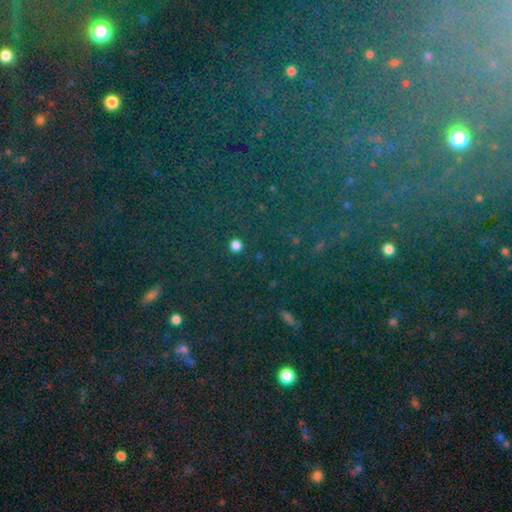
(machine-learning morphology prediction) smooth-or-featured: star or artifact: 77% | smooth: 14% | featured or disk: 10%